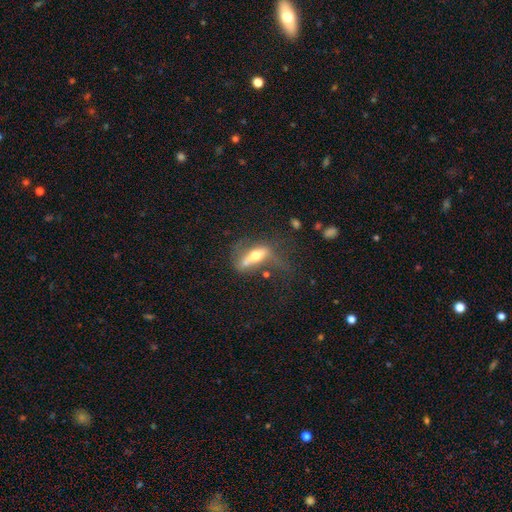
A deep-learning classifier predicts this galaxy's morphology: This is possibly a featured or disk galaxy (47%). Merging: marginally none (36%).